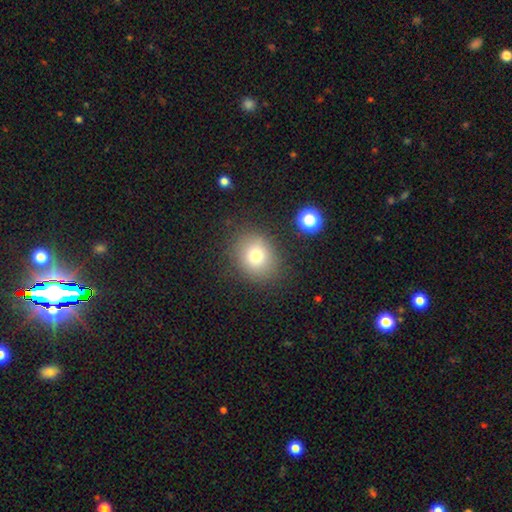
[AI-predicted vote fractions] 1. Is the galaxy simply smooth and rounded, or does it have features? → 76% smooth, 13% star or artifact, 11% featured or disk.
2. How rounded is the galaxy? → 68% round, 31% in between, 1% cigar-shaped.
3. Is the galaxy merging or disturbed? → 83% none, 10% minor disturbance, 4% major disturbance, 2% merger.